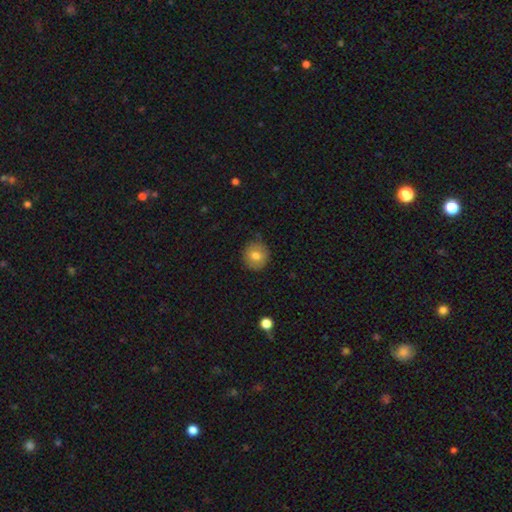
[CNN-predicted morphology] smooth-or-featured: smooth: 77% | featured or disk: 13% | star or artifact: 10%
  how-rounded: round: 89% | in between: 10% | cigar-shaped: 1%
  merging: none: 84% | minor disturbance: 12% | major disturbance: 2% | merger: 1%